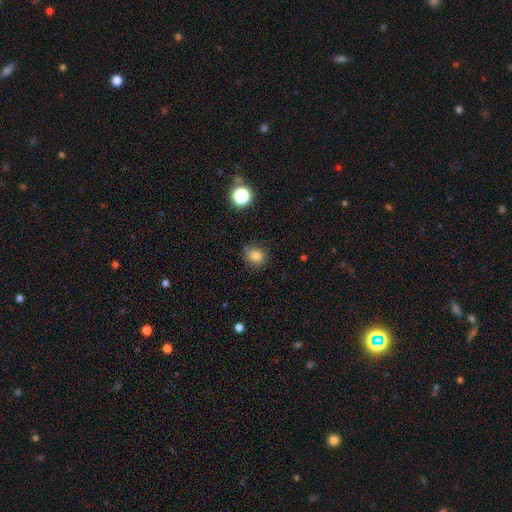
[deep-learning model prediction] Overall: smooth (78%). How rounded: round (69%; in between 30%). Merging: none (75%).